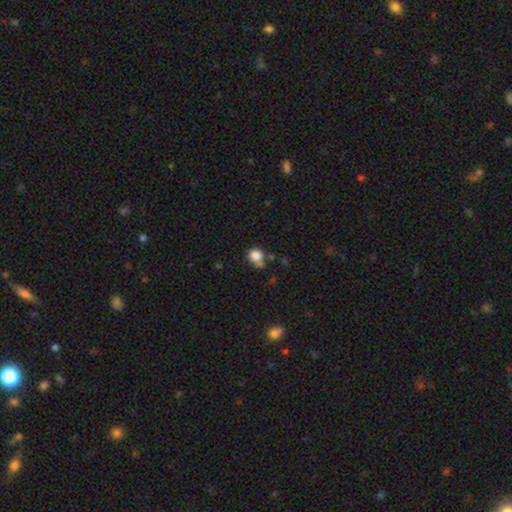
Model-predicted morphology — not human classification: Overall: smooth (82%). How rounded: round (72%). Merging: none (47%; minor disturbance 27%).